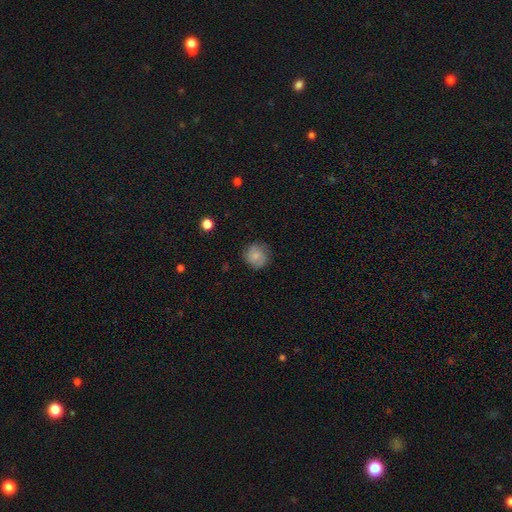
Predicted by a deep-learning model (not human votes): Q: Smooth or featured?
A: smooth (77%); runner-up: featured or disk (15%)
Q: How rounded?
A: round (89%); runner-up: in between (10%)
Q: Merging?
A: none (78%); runner-up: minor disturbance (17%)